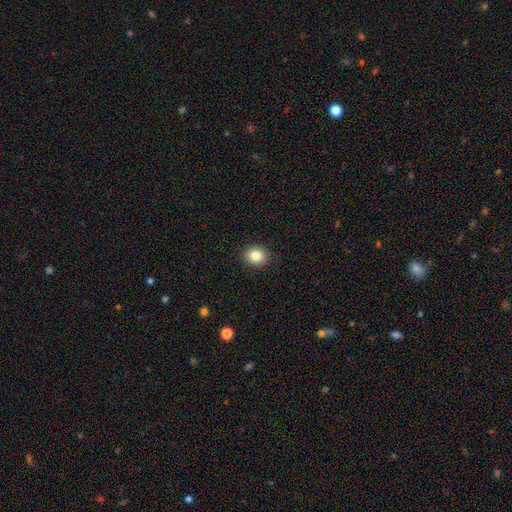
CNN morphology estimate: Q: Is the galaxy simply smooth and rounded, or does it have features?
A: smooth — 84%.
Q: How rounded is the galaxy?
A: round — 66%.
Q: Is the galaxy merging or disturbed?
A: none — 91%.